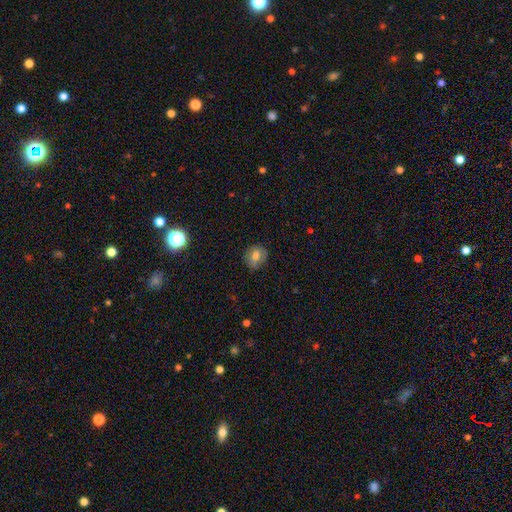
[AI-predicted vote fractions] A smooth galaxy with no disk features (70%) that is round (64%).

Vote fractions:
- Smooth or featured? smooth: 70% / featured or disk: 19% / star or artifact: 11%
- How rounded? round: 64% / in between: 35% / cigar-shaped: 1%
- Merging? none: 80% / minor disturbance: 15% / major disturbance: 4% / merger: 1%